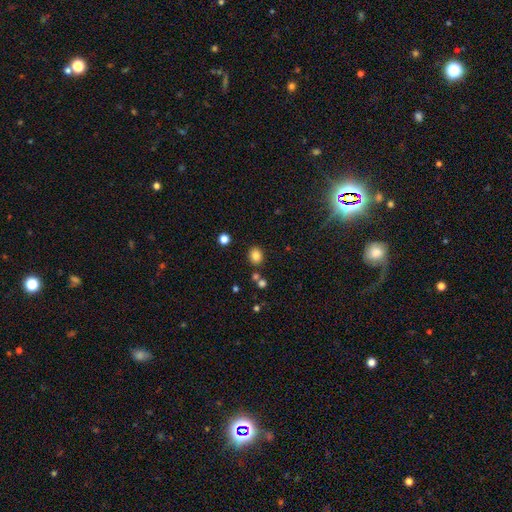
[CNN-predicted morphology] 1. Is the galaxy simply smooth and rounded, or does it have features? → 83% smooth, 12% star or artifact, 6% featured or disk.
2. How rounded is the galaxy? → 59% round, 40% in between, 1% cigar-shaped.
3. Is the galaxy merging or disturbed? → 82% none, 9% minor disturbance, 6% merger, 3% major disturbance.